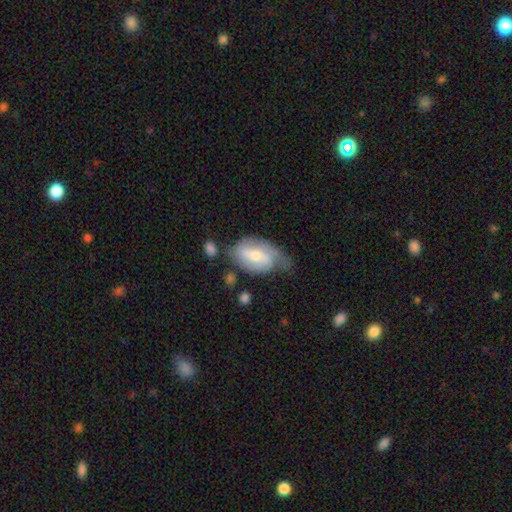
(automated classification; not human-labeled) Smooth or featured? Predicted: featured or disk (p=0.58). Edge-on disk? Predicted: no (p=0.95). Bar? Predicted: weak (p=0.47). Spiral arms? Predicted: yes (p=0.82). Bulge size? Predicted: moderate (p=0.51). Merging? Predicted: none (p=0.41).